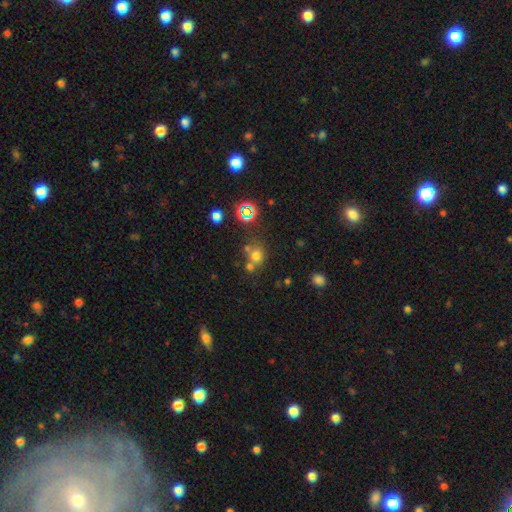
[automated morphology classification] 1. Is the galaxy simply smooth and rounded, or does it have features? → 66% smooth, 24% star or artifact, 10% featured or disk.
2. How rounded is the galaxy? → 81% round, 18% in between, 1% cigar-shaped.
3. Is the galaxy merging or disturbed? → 55% none, 29% merger, 11% minor disturbance, 5% major disturbance.